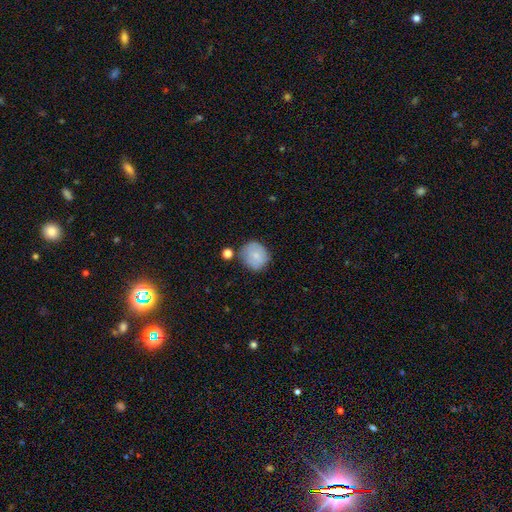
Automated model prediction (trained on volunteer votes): smooth-or-featured: smooth: 78% | featured or disk: 15% | star or artifact: 7%
  how-rounded: round: 84% | in between: 15% | cigar-shaped: 1%
  merging: none: 66% | minor disturbance: 19% | merger: 10% | major disturbance: 5%